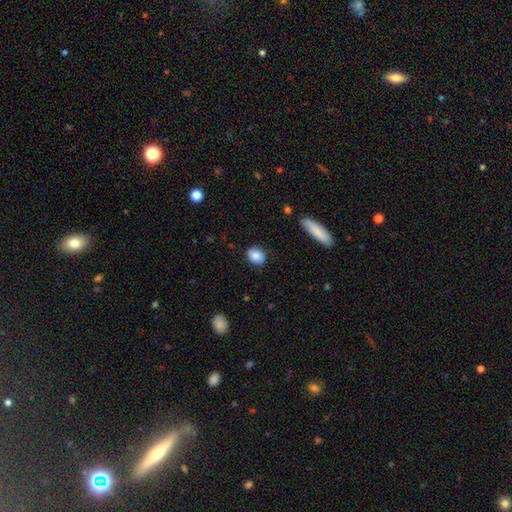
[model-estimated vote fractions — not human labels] This appears to be a smooth galaxy with no disk features (84%) that is round (54%). Merging: none (84%).